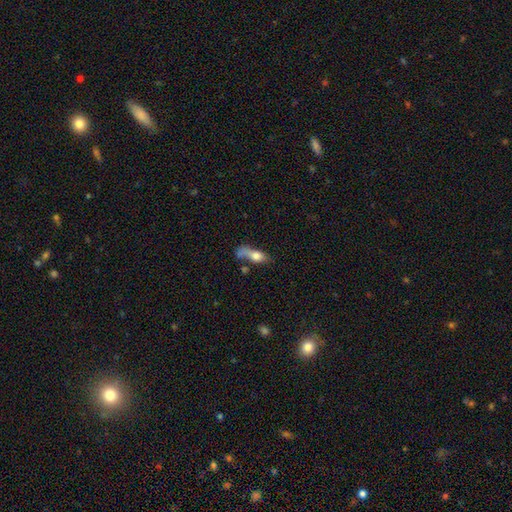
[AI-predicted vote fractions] smooth-or-featured: smooth: 66% | featured or disk: 25% | star or artifact: 9%
  how-rounded: in between: 61% | cigar-shaped: 27% | round: 11%
  merging: none: 29% | major disturbance: 27% | merger: 25% | minor disturbance: 19%